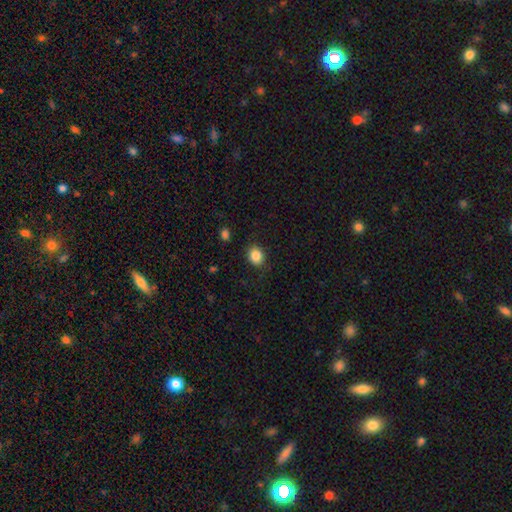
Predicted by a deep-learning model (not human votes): The model was most divided on "how rounded": round: 63%, in between: 36%, cigar-shaped: 1%. More confident: smooth or featured — smooth (86%); merging — none (85%).